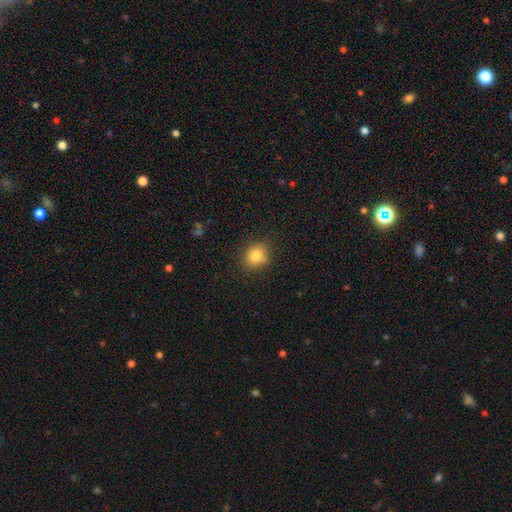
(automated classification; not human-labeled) Q: Smooth or featured?
A: smooth (83%); runner-up: star or artifact (11%)
Q: How rounded?
A: round (79%); runner-up: in between (20%)
Q: Merging?
A: none (82%); runner-up: minor disturbance (13%)